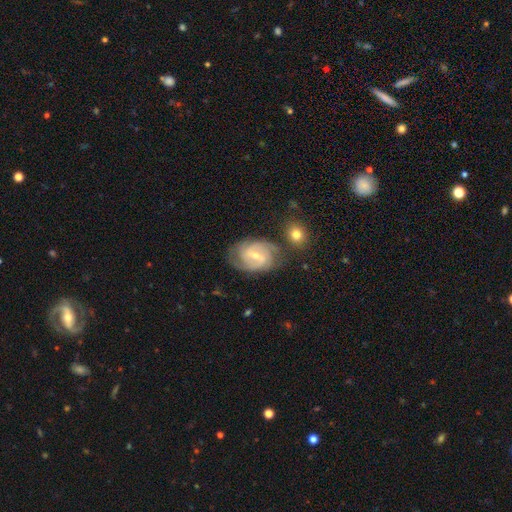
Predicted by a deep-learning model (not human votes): Smooth or featured: featured or disk — 82% (smooth — 12%)
Edge-on disk: no — 97% (yes — 3%)
Bar: weak — 56% (strong — 23%)
Spiral arms: yes — 94% (no — 6%)
Spiral winding: tight — 47% (medium — 42%)
Spiral arm count: 2 — 55% (can't tell — 18%)
Bulge size: small — 57% (moderate — 40%)
Merging: none — 70% (minor disturbance — 18%)